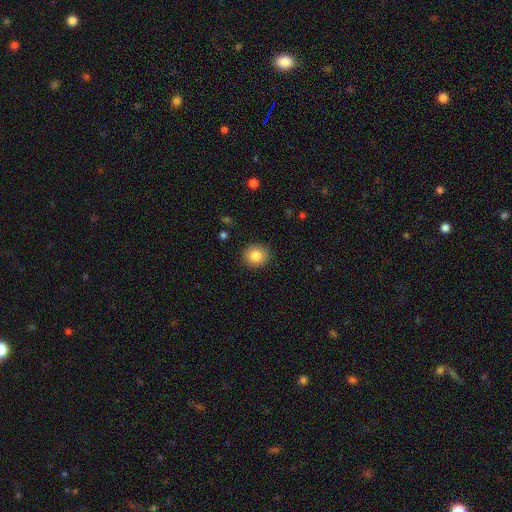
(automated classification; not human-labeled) Smooth or featured? smooth (84%)
How rounded? round (86%)
Merging? none (90%)